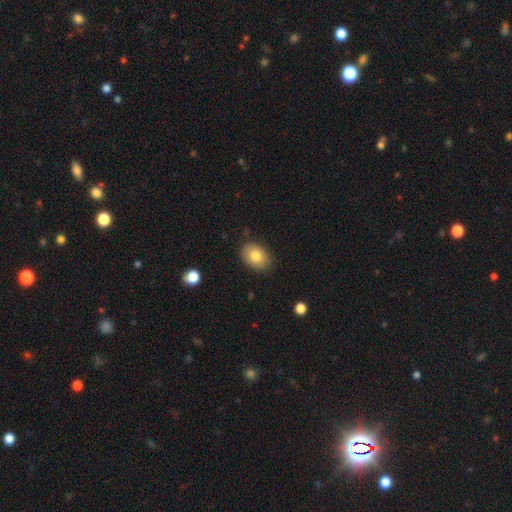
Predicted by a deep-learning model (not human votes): smooth 79%, featured or disk 13%, star or artifact 8%. Down the decision tree: how rounded — in between (74%); merging — none (85%).